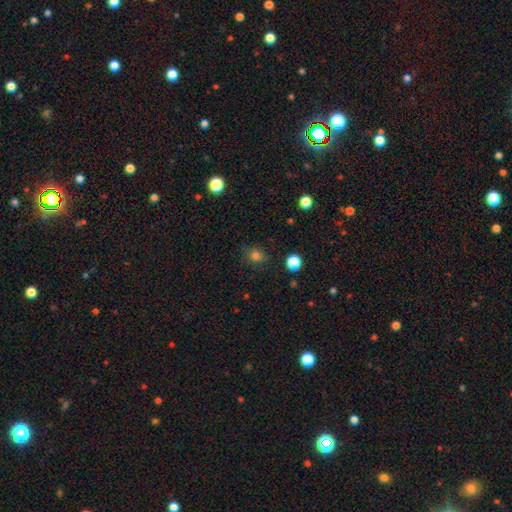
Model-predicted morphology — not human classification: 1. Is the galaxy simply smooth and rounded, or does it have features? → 79% smooth, 16% star or artifact, 6% featured or disk.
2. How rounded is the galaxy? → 75% round, 24% in between, 1% cigar-shaped.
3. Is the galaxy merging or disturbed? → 84% none, 11% minor disturbance, 3% major disturbance, 1% merger.